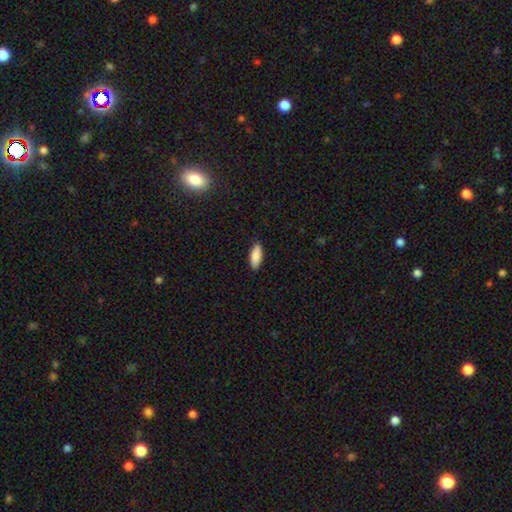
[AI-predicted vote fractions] smooth 89%, star or artifact 6%, featured or disk 5%. Down the decision tree: how rounded — in between (72%); merging — none (89%).